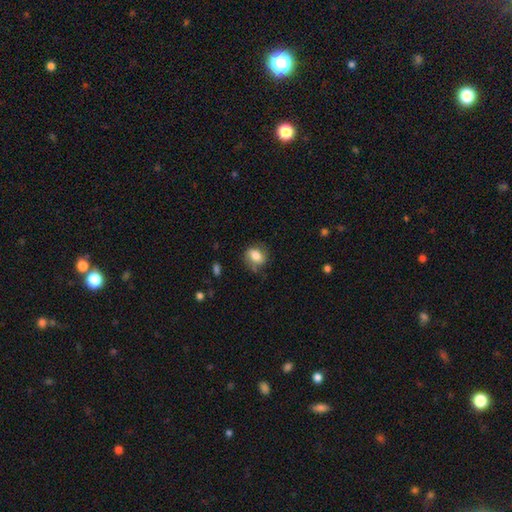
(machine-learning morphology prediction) Smooth or featured? Predicted: smooth (p=0.75). How rounded? Predicted: in between (p=0.52). Merging? Predicted: none (p=0.68).